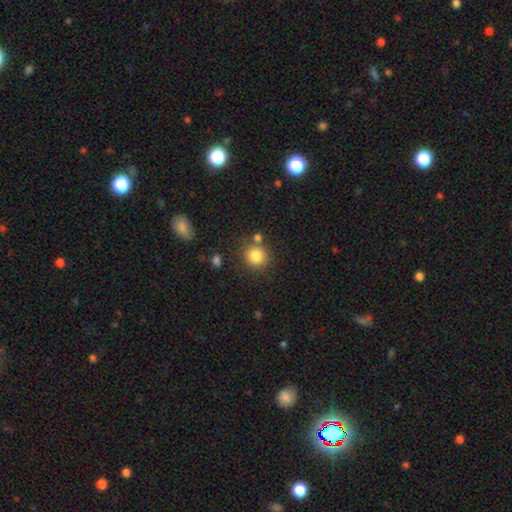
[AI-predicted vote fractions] Q: Smooth or featured?
A: smooth (84%); runner-up: star or artifact (10%)
Q: How rounded?
A: round (88%); runner-up: in between (11%)
Q: Merging?
A: none (77%); runner-up: merger (10%)